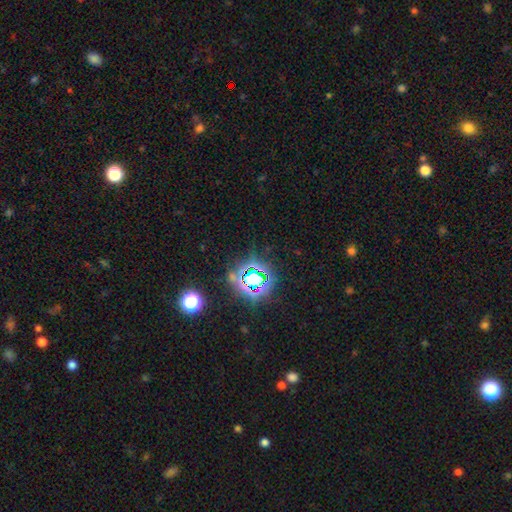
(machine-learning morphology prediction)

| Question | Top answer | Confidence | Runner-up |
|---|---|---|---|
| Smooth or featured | star or artifact | 79% | smooth (14%) |